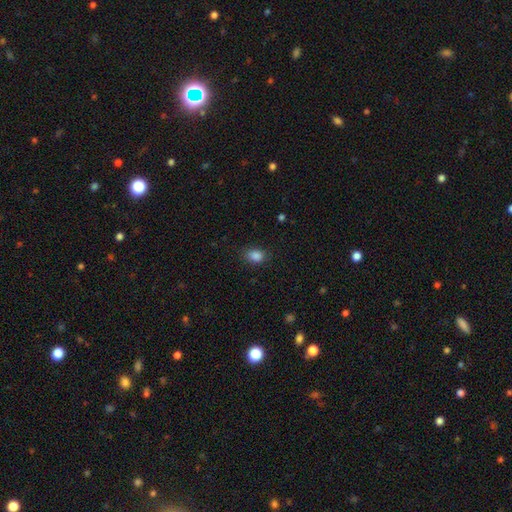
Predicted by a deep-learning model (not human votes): The model was most divided on "how rounded": in between: 67%, round: 32%, cigar-shaped: 1%. More confident: smooth or featured — smooth (86%); merging — none (82%).